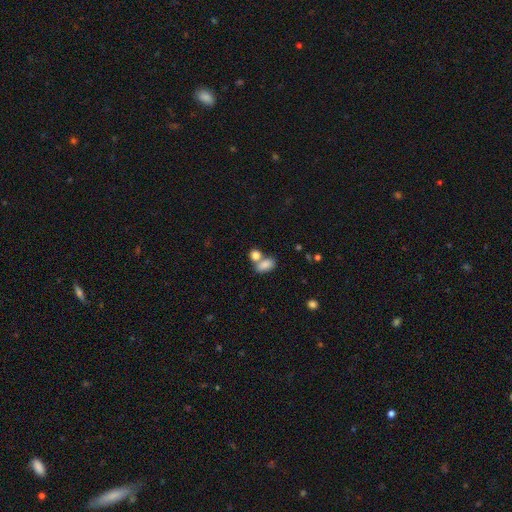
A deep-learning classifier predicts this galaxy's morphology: A smooth galaxy with no disk features (83%) that is in between round and cigar-shaped (73%). Merging: merger (50%).